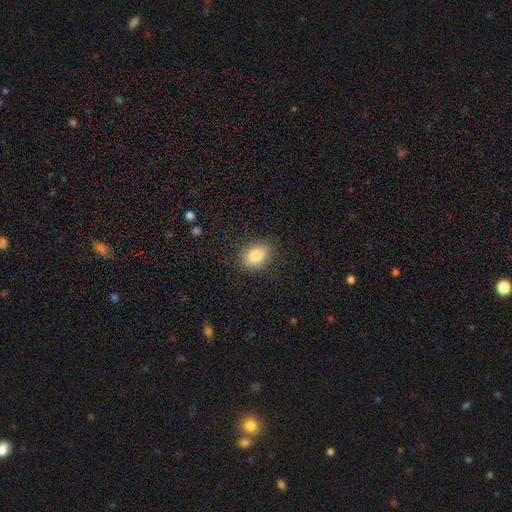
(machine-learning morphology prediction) Smooth or featured: smooth — 83% (star or artifact — 9%)
How rounded: in between — 67% (round — 32%)
Merging: none — 86% (minor disturbance — 10%)